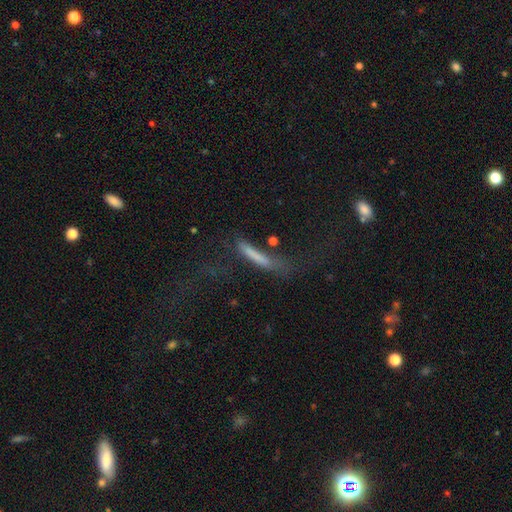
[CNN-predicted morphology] Smooth or featured: smooth — 66% (featured or disk — 22%)
How rounded: cigar-shaped — 89% (in between — 8%)
Merging: none — 45% (major disturbance — 26%)